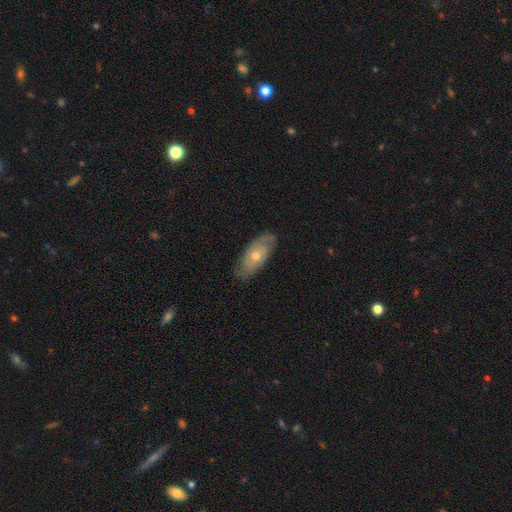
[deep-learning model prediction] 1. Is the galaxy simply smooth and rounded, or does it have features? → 62% featured or disk, 31% smooth, 7% star or artifact.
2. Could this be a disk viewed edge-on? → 84% no, 16% yes.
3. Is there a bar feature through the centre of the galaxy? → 83% no, 14% weak, 3% strong.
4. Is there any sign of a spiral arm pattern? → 73% yes, 27% no.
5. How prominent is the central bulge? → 51% moderate, 45% small, 2% large, 1% none, 1% dominant.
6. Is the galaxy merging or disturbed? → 80% none, 16% minor disturbance, 4% major disturbance, 1% merger.